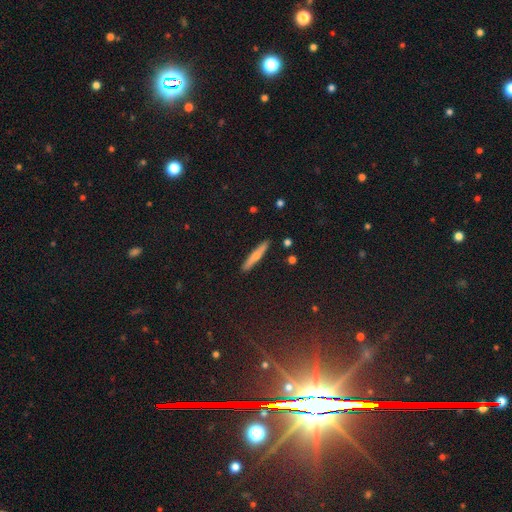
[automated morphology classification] The model was most divided on "smooth or featured": smooth: 54%, featured or disk: 38%, star or artifact: 7%. More confident: how rounded — cigar-shaped (93%); merging — none (90%).